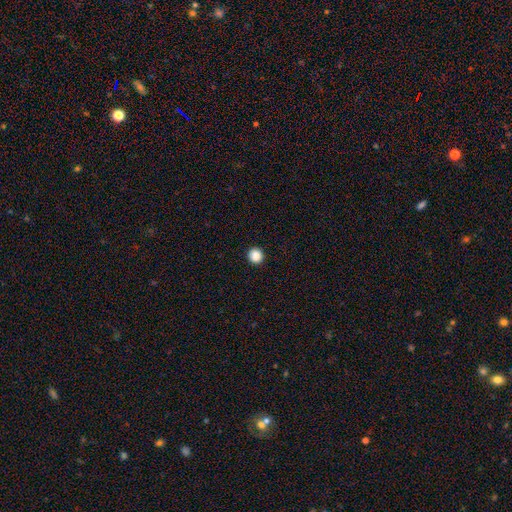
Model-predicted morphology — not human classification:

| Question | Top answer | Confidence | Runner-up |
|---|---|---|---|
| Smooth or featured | smooth | 87% | star or artifact (10%) |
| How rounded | round | 94% | in between (5%) |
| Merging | none | 93% | minor disturbance (4%) |